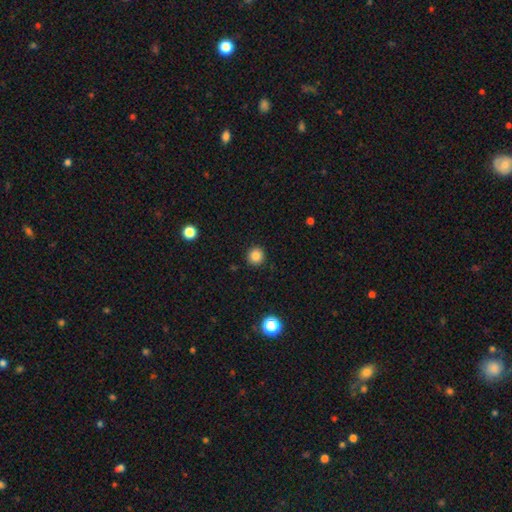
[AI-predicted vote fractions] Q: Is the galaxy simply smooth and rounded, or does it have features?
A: smooth — 85%.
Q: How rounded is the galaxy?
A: round — 94%.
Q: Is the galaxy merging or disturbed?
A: none — 92%.